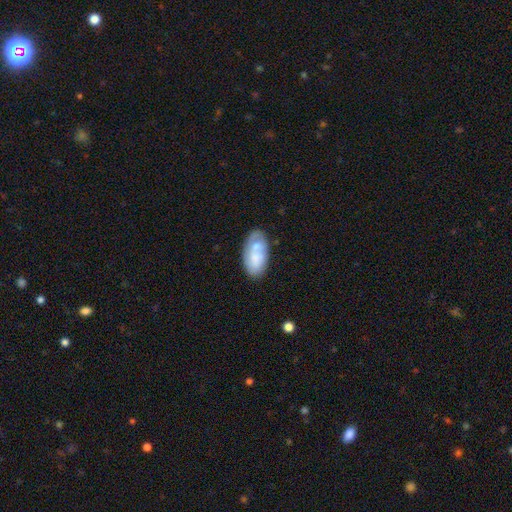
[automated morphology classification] This appears to be a smooth galaxy with no disk features (63%) that is in between round and cigar-shaped (94%). Merging: none (58%).